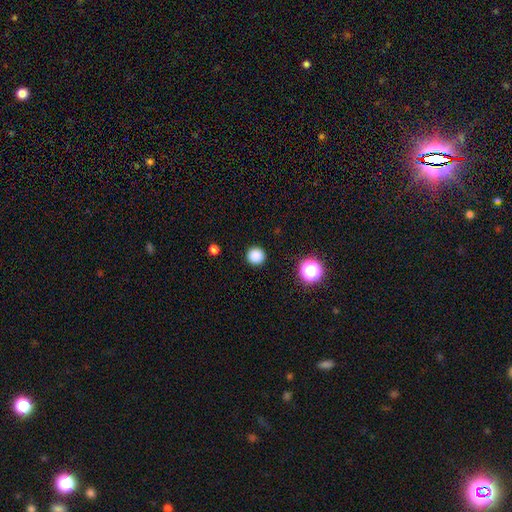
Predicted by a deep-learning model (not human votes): A smooth galaxy with no disk features (85%) that is round (95%).

Vote fractions:
- Smooth or featured? smooth: 85% / star or artifact: 12% / featured or disk: 3%
- How rounded? round: 95% / in between: 4% / cigar-shaped: 1%
- Merging? none: 92% / minor disturbance: 5% / major disturbance: 2% / merger: 1%